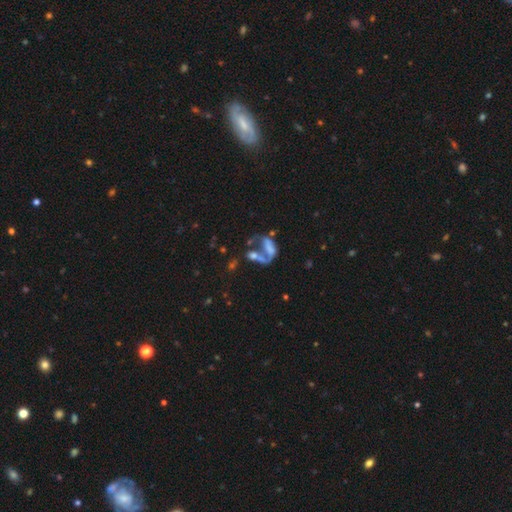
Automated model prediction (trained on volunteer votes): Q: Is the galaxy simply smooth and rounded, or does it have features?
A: featured or disk — 45%.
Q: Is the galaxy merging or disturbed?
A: merger — 49%.